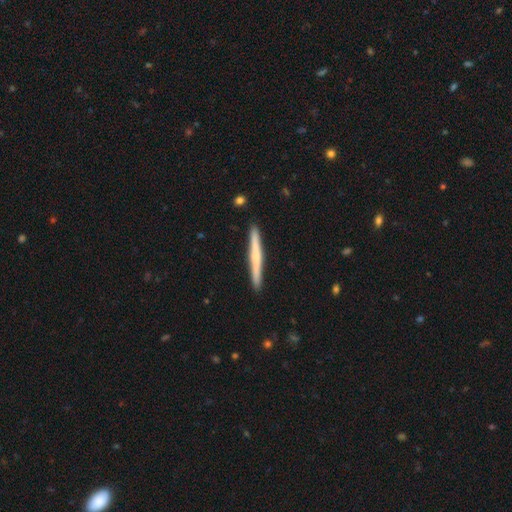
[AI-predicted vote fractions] This appears to be a featured or disk galaxy (48%). Merging: none (92%).